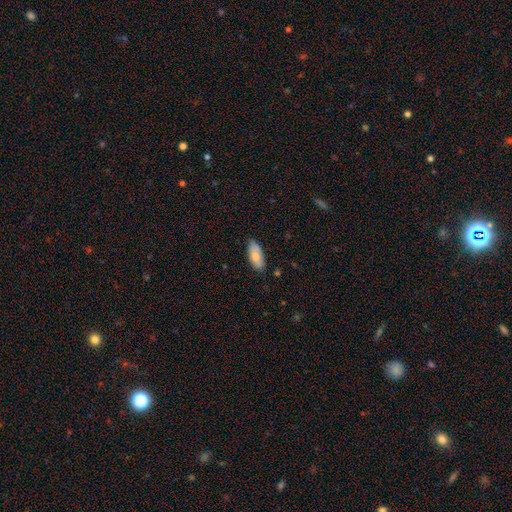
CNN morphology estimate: smooth-or-featured: smooth: 74% | featured or disk: 20% | star or artifact: 6%
  how-rounded: in between: 85% | cigar-shaped: 13% | round: 2%
  merging: none: 81% | minor disturbance: 16% | major disturbance: 2% | merger: 1%